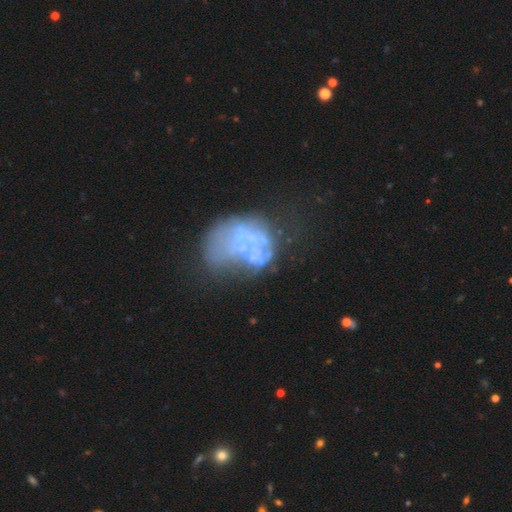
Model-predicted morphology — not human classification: featured or disk 58%, smooth 25%, star or artifact 17%. Down the decision tree: edge-on disk — no (98%); bar — no (91%); spiral arms — no (88%); bulge size — none (74%); merging — major disturbance (36%).